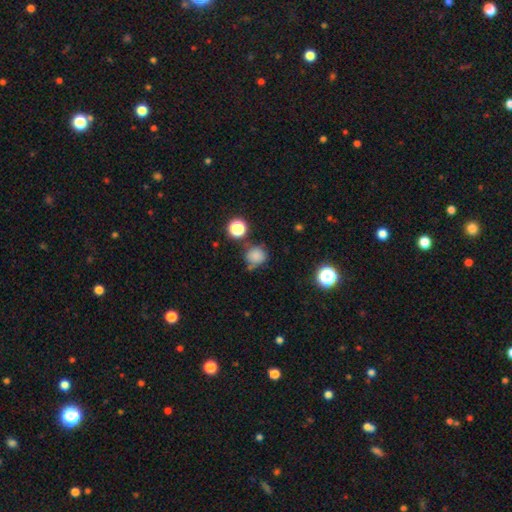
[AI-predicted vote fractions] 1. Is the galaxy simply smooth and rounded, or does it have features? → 79% smooth, 15% star or artifact, 7% featured or disk.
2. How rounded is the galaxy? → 87% round, 12% in between, 1% cigar-shaped.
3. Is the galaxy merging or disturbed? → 63% none, 20% minor disturbance, 11% merger, 6% major disturbance.